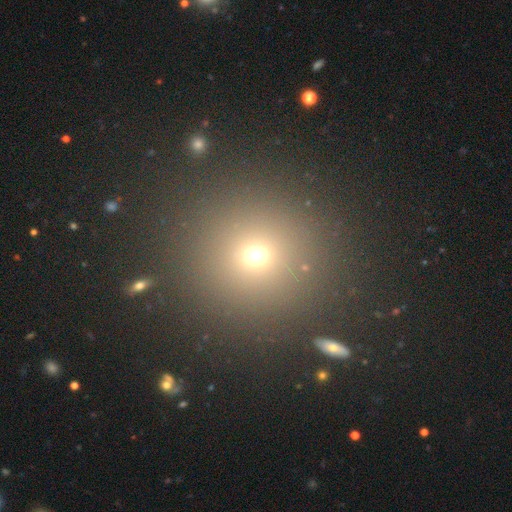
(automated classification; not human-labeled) Smooth or featured? smooth (62%)
How rounded? round (94%)
Merging? none (88%)